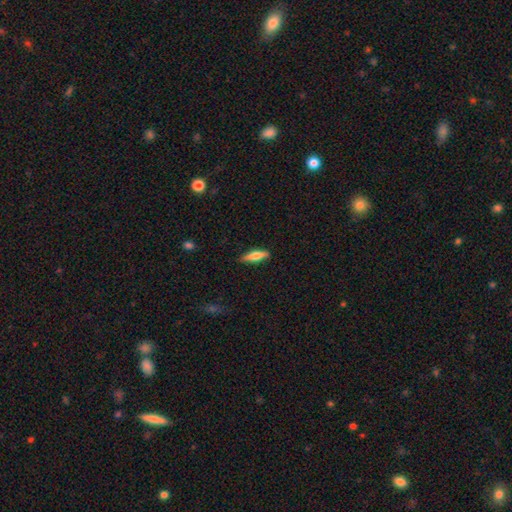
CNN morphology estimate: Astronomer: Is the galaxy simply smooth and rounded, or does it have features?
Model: smooth — 67%.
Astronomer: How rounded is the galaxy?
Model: cigar-shaped — 65%.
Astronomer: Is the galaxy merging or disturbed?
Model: none — 83%.